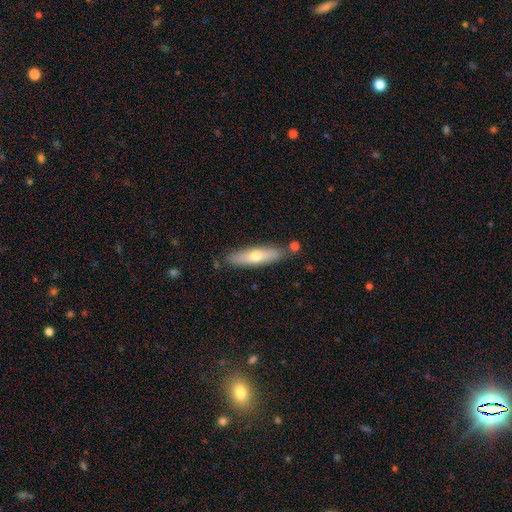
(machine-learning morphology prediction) Overall: smooth (56%; featured or disk 38%). How rounded: cigar-shaped (70%). Merging: none (82%).